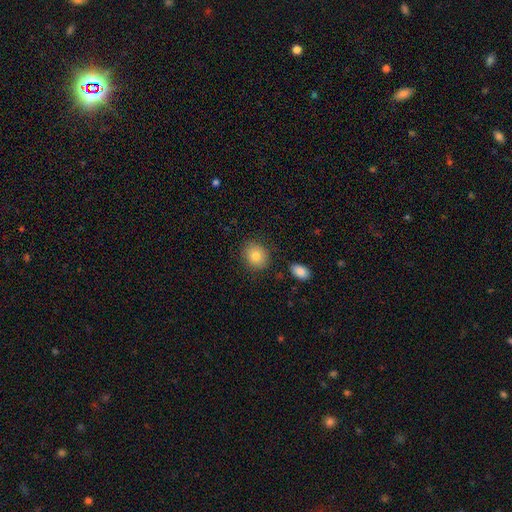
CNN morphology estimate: Smooth or featured?
  - smooth: 81% *
  - featured or disk: 10%
  - star or artifact: 9%
How rounded?
  - round: 68% *
  - in between: 31%
  - cigar-shaped: 1%
Merging?
  - none: 85% *
  - minor disturbance: 10%
  - major disturbance: 3%
  - merger: 3%